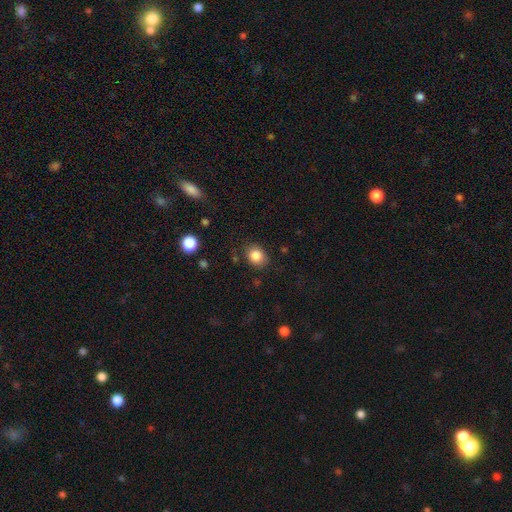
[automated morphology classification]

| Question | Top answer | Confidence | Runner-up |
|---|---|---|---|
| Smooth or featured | smooth | 85% | star or artifact (10%) |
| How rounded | round | 64% | in between (35%) |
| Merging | none | 79% | minor disturbance (15%) |